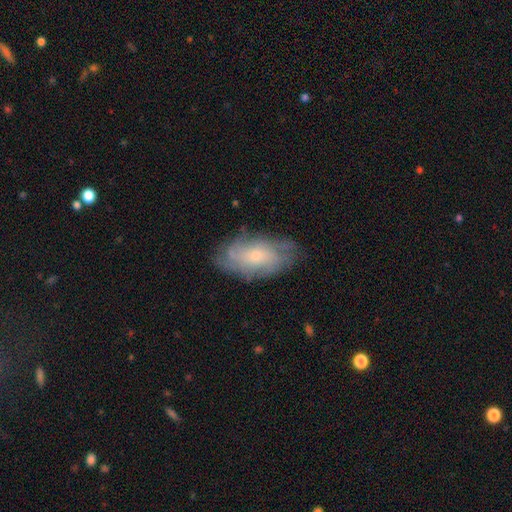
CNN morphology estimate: Overall: featured or disk (60%; smooth 32%). Edge-on disk: no (91%). Bar: no (78%). Spiral arms: yes (80%). Bulge size: small (66%; moderate 29%). Merging: none (73%).